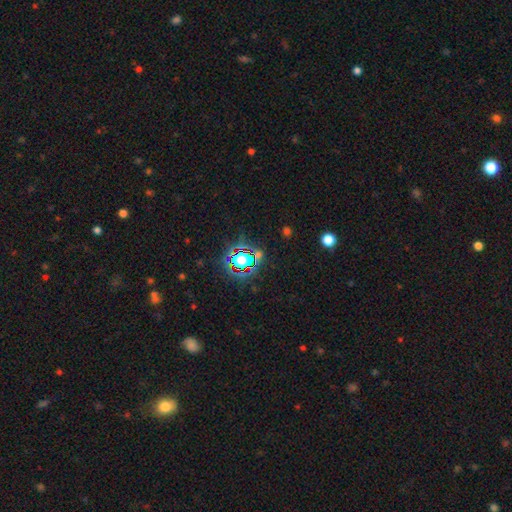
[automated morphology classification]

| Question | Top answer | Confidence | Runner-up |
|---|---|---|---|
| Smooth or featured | star or artifact | 75% | smooth (16%) |